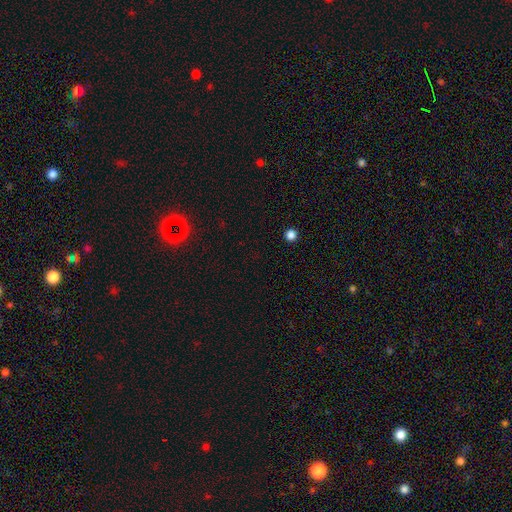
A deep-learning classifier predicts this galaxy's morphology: Smooth or featured?
  - star or artifact: 56% *
  - smooth: 38%
  - featured or disk: 6%